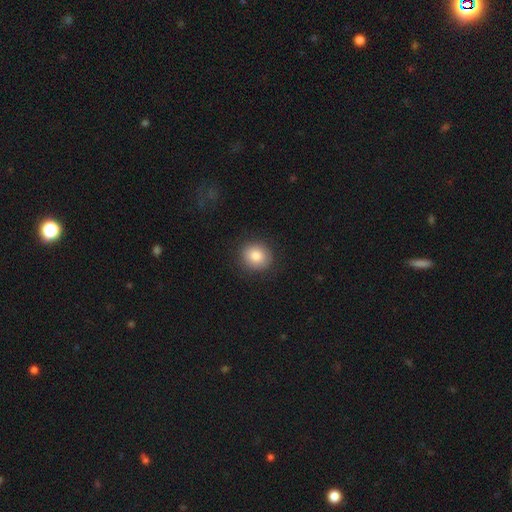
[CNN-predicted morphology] smooth_or_featured: smooth (p=0.85) [alt: star or artifact p=0.08]
how_rounded: round (p=0.82) [alt: in between p=0.17]
merging: none (p=0.88) [alt: minor disturbance p=0.08]